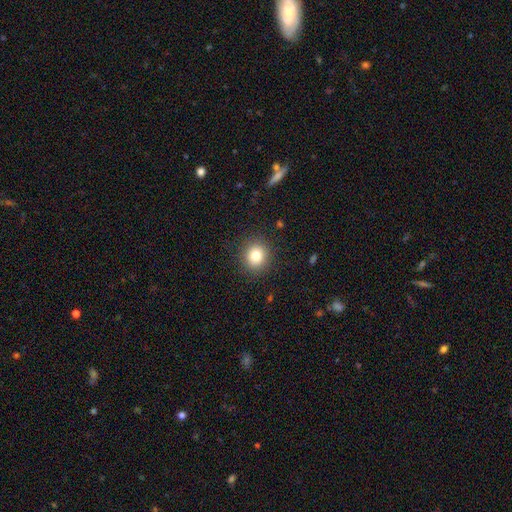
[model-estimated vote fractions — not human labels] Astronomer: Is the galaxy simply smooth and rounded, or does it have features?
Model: smooth — 80%.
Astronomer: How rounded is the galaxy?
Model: round — 84%.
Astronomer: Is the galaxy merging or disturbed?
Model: none — 90%.